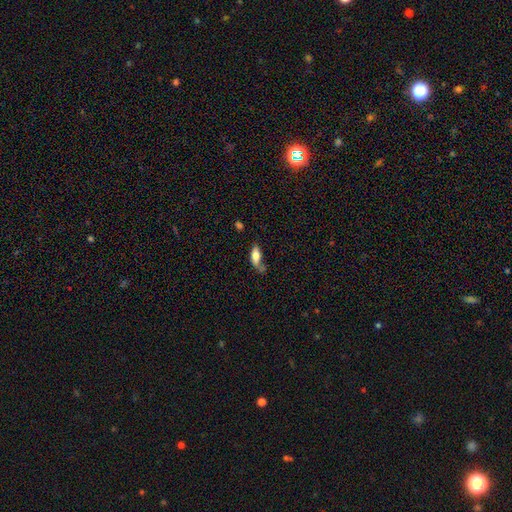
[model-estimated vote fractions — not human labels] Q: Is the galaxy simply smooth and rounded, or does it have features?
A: smooth — 69%.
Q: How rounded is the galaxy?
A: in between — 75%.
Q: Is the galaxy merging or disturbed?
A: none — 43%.